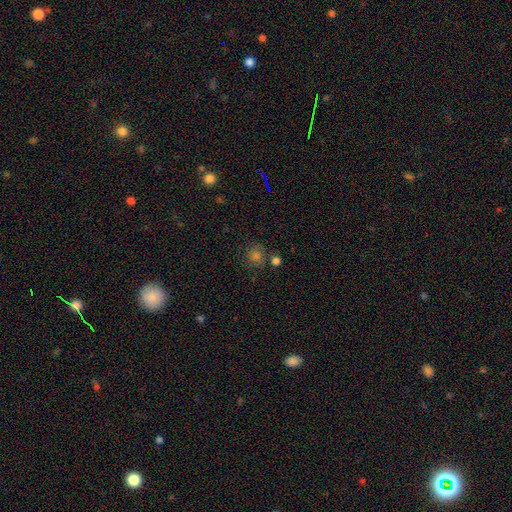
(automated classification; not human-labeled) Smooth or featured? Predicted: smooth (p=0.63). How rounded? Predicted: round (p=0.87). Merging? Predicted: none (p=0.79).